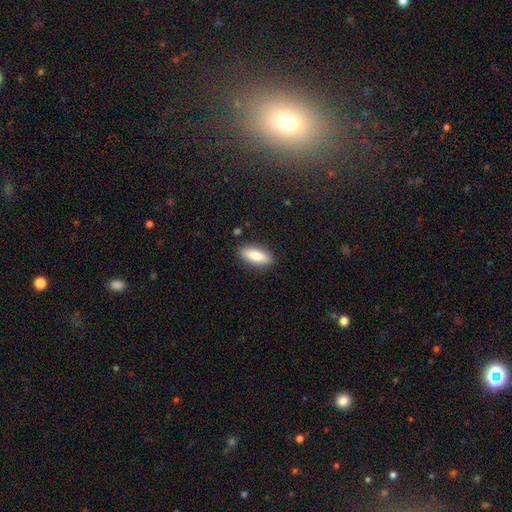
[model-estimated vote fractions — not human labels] Overall: smooth (81%). How rounded: in between (72%). Merging: none (87%).